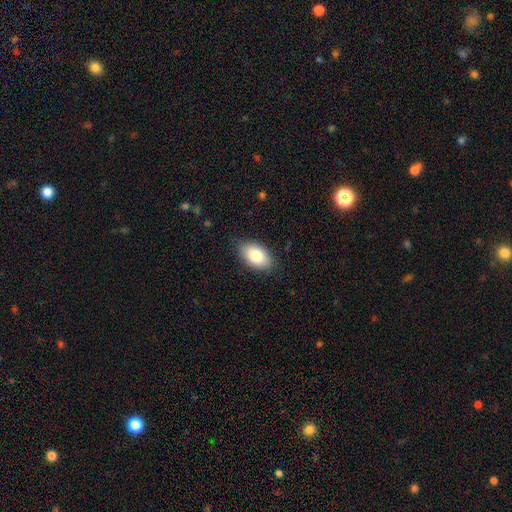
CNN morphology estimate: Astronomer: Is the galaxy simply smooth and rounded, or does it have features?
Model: smooth — 84%.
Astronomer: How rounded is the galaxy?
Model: in between — 93%.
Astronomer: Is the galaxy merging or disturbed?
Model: none — 83%.